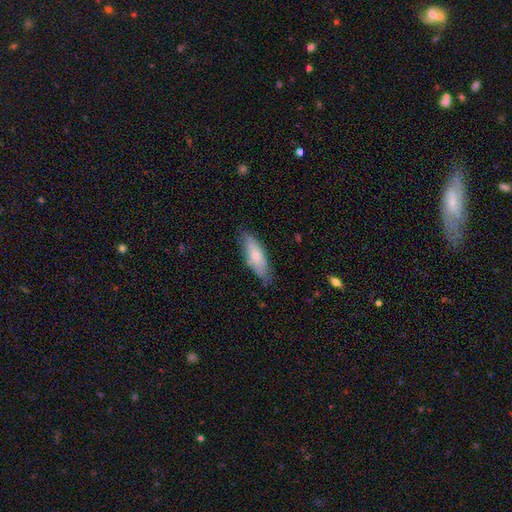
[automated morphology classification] Q: Smooth or featured?
A: smooth (69%); runner-up: featured or disk (25%)
Q: How rounded?
A: in between (62%); runner-up: cigar-shaped (37%)
Q: Merging?
A: none (72%); runner-up: minor disturbance (22%)